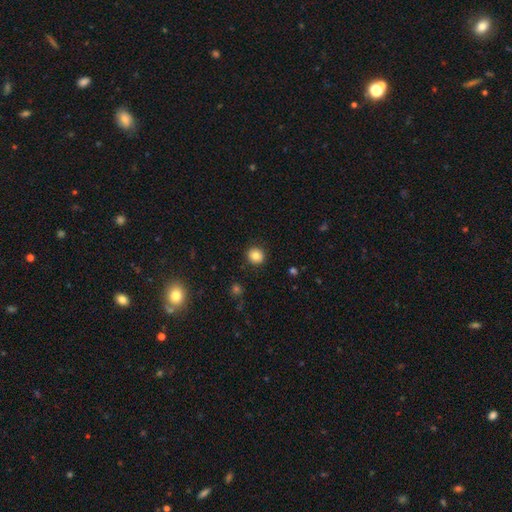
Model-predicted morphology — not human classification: Overall: smooth (84%). How rounded: round (87%). Merging: none (91%).